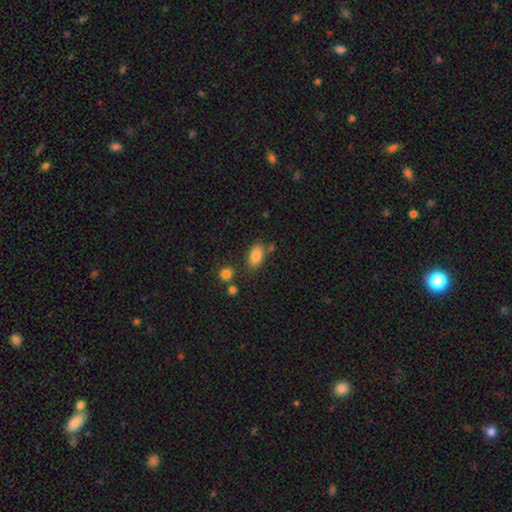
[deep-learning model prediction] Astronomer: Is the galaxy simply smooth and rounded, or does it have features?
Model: smooth — 84%.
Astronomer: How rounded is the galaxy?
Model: in between — 89%.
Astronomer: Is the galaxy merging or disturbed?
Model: none — 71%.